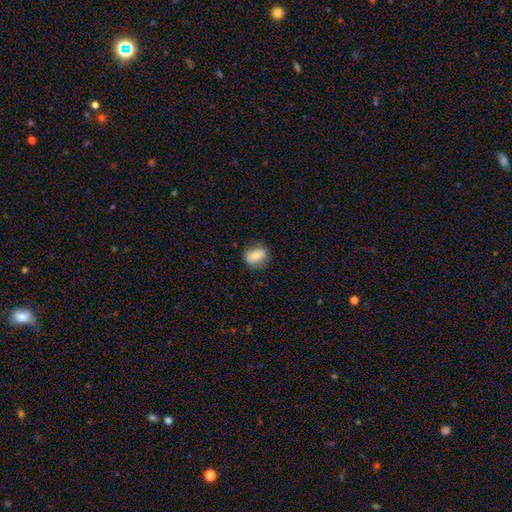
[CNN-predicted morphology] Overall: smooth (72%). How rounded: in between (60%; round 37%). Merging: none (76%).